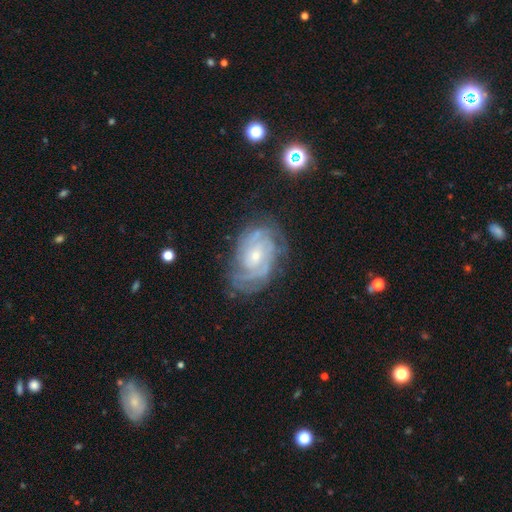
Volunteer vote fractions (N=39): smooth-or-featured: featured or disk: 92% | smooth: 5% | star or artifact: 3%
  disk-edge-on: no: 100% | yes: 0%
    bar: no: 64% | weak: 31% | strong: 6%
    has-spiral-arms: yes: 100% | no: 0%
      spiral-winding: tight: 53% | medium: 44% | loose: 3%
      spiral-arm-count: 2: 58% | 3: 17% | 4: 14% | can't tell: 11% | 1: 0% | more than 4: 0%
    bulge-size: small: 75% | moderate: 22% | large: 3% | dominant: 0% | none: 0%
  merging: none: 68% | minor disturbance: 24% | major disturbance: 8% | merger: 0%